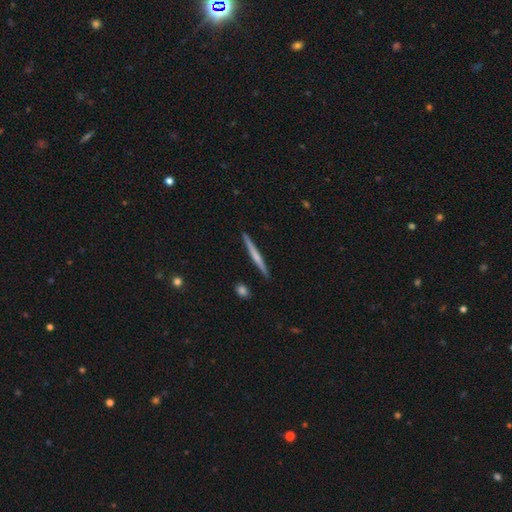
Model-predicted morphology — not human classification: type=featured or disk (52%); edge-on=yes (98%); edge-on bulge=none (56%); merging=none (91%).